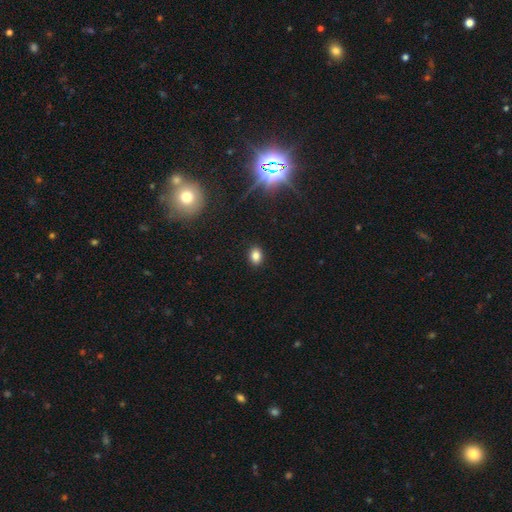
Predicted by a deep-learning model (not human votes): Smooth or featured: smooth — 83% (star or artifact — 12%)
How rounded: in between — 65% (round — 34%)
Merging: none — 89% (minor disturbance — 7%)